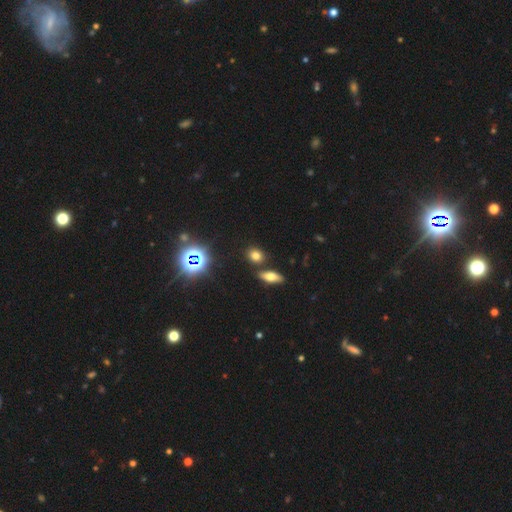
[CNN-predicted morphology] This is likely a smooth galaxy (68%). How rounded: possibly round (57%). Merging: likely none (78%).